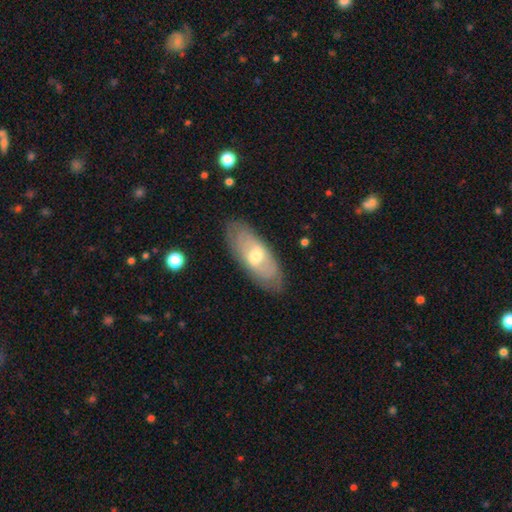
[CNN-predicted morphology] This is possibly a featured or disk galaxy (51%). It is likely not viewed edge-on (80%). Merging: clearly none (81%).